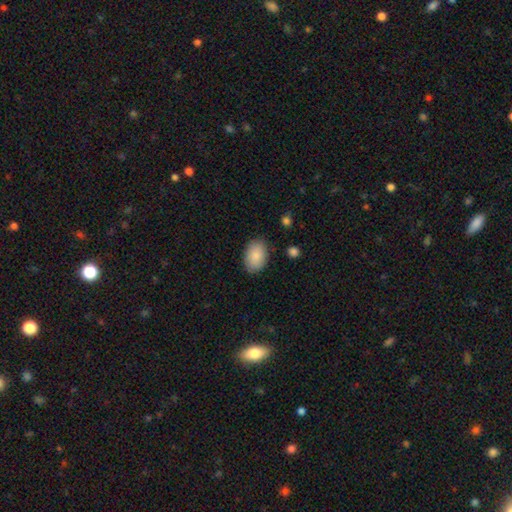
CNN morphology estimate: Smooth or featured? Predicted: smooth (p=0.87). How rounded? Predicted: in between (p=0.87). Merging? Predicted: none (p=0.85).